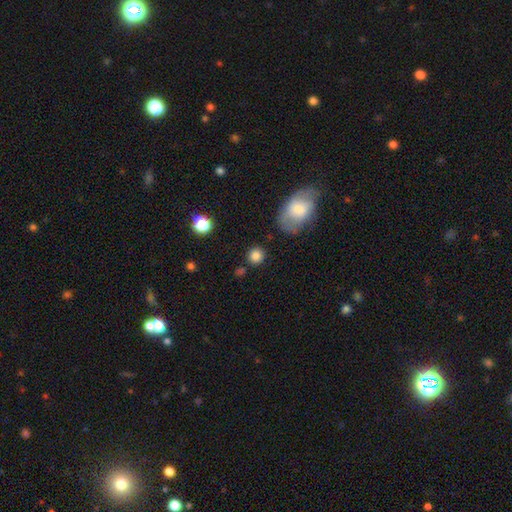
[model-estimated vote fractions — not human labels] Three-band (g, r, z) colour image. It shows a smooth galaxy with no disk features (85%) that is round (89%). Merging: none (83%).